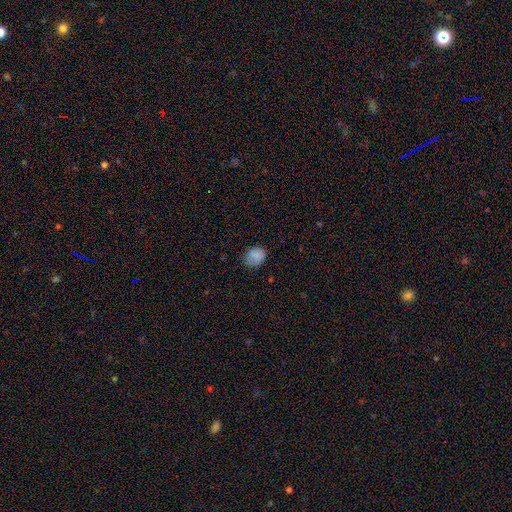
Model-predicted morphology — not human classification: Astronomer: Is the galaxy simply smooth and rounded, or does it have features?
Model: smooth — 83%.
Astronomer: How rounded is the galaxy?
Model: round — 60% (runner-up: in between, 39%).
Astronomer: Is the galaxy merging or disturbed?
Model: none — 72%.